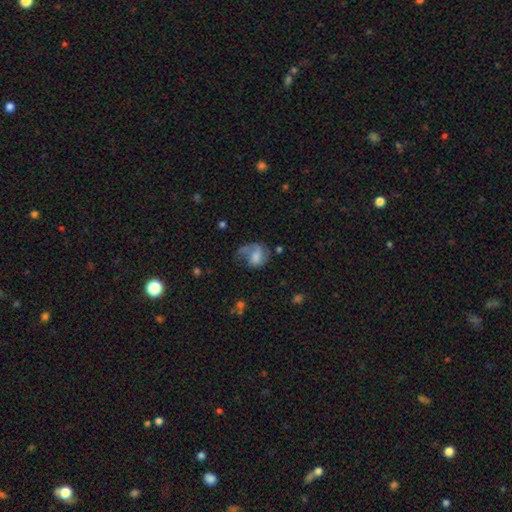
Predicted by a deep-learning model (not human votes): Smooth or featured? smooth (46%)
Merging? major disturbance (38%)